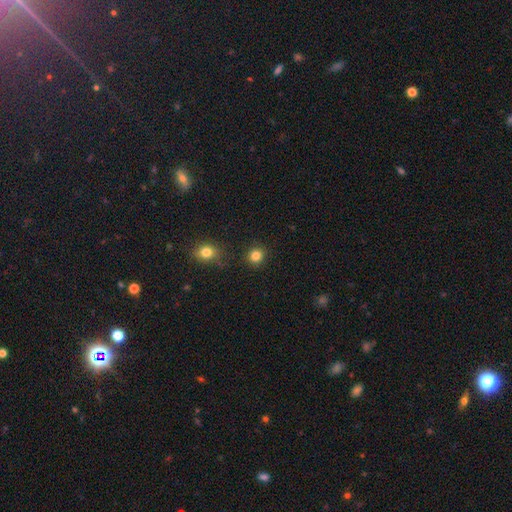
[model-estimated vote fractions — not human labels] The model was most divided on "smooth or featured": smooth: 84%, star or artifact: 12%, featured or disk: 4%. More confident: merging — none (89%); how rounded — round (89%).